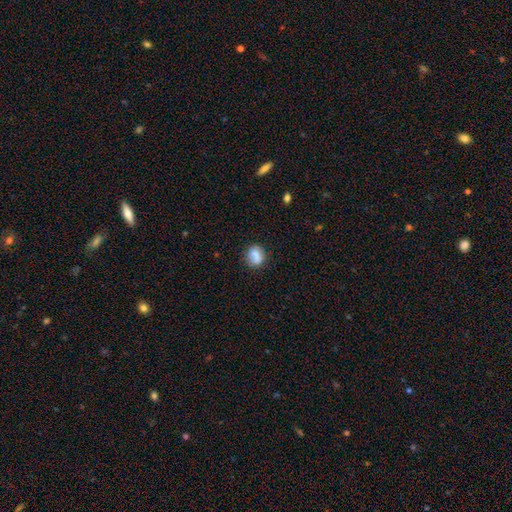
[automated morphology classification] smooth 75%, featured or disk 16%, star or artifact 8%. Down the decision tree: how rounded — round (68%); merging — none (70%).